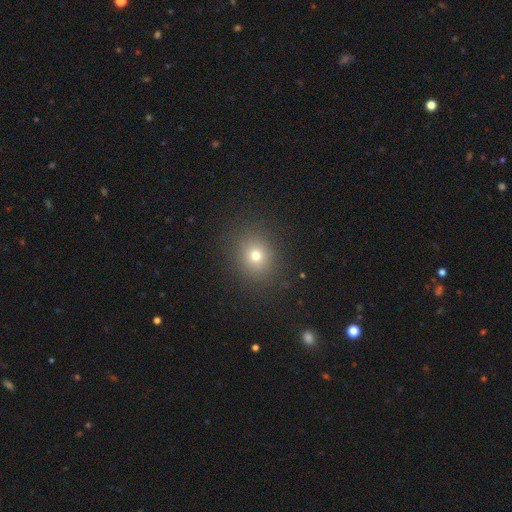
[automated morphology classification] This appears to be a smooth galaxy with no disk features (72%) that is round (74%). Merging: none (87%).